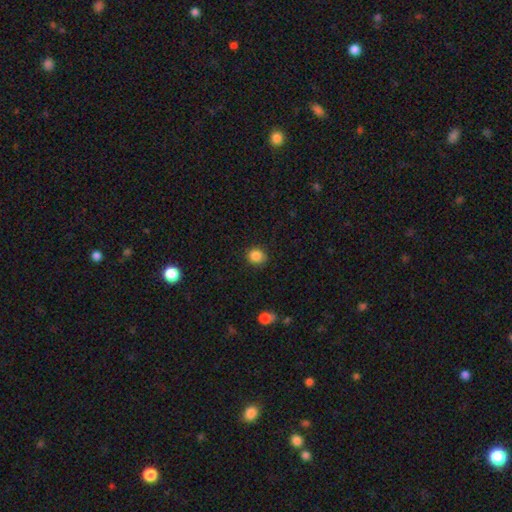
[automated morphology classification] type=smooth (86%); roundness=round (80%); merging=none (83%).